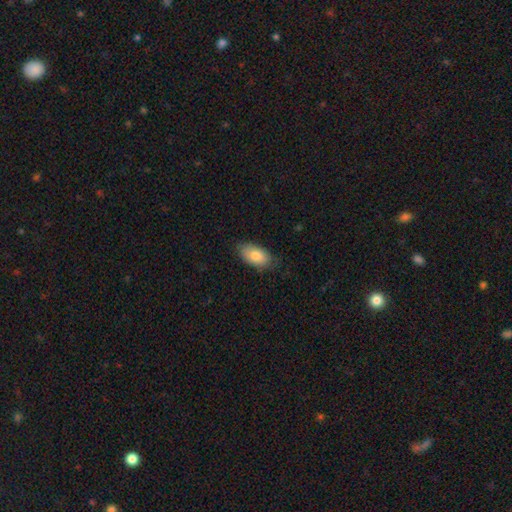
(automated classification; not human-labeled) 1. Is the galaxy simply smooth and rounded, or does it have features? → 82% smooth, 12% featured or disk, 6% star or artifact.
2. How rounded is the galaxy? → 93% in between, 4% round, 3% cigar-shaped.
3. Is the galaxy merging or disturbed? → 75% none, 20% minor disturbance, 4% major disturbance, 1% merger.